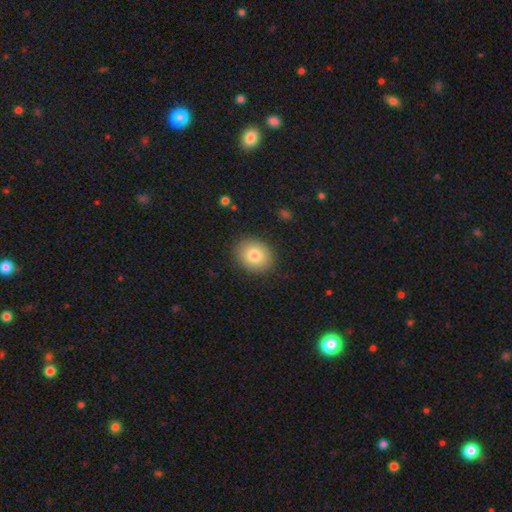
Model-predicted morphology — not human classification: The model was most divided on "how rounded": round: 65%, in between: 34%, cigar-shaped: 1%. More confident: merging — none (88%); smooth or featured — smooth (81%).